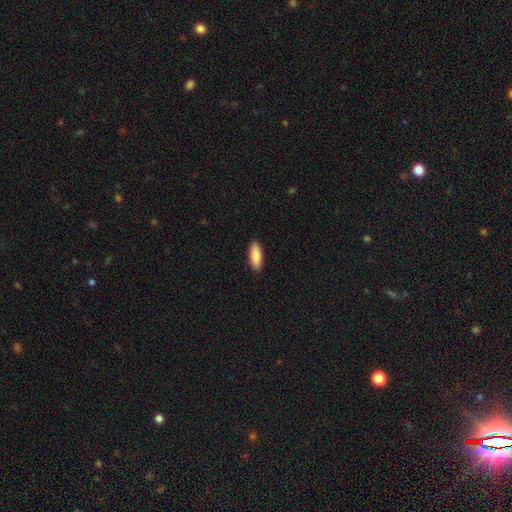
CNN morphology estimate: type=smooth (88%); roundness=in between (70%); merging=none (90%).